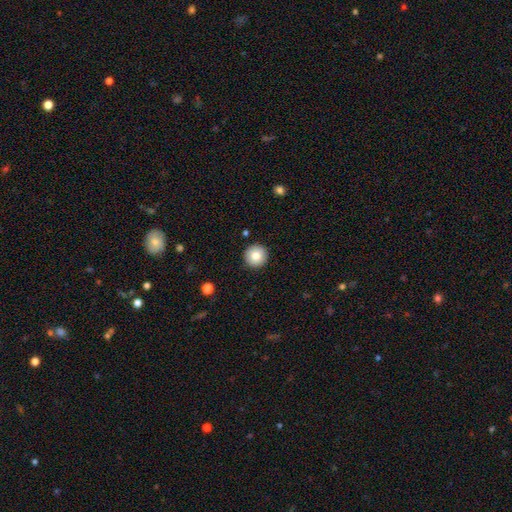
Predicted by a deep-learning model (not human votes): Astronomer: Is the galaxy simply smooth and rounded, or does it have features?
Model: smooth — 83%.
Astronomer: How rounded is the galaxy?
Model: round — 96%.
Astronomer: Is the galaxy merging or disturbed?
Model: none — 92%.